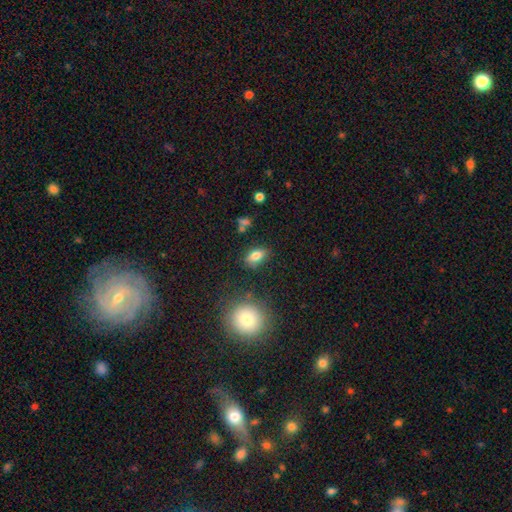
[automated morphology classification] type=smooth (80%); roundness=in between (85%); merging=none (79%).